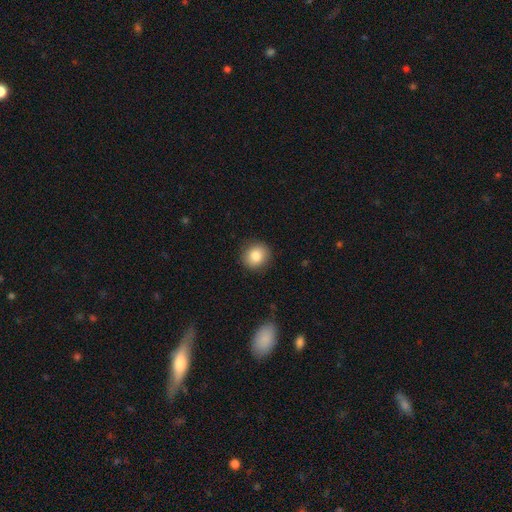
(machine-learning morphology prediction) Smooth or featured: smooth — 84% (star or artifact — 9%)
How rounded: round — 85% (in between — 14%)
Merging: none — 89% (minor disturbance — 8%)